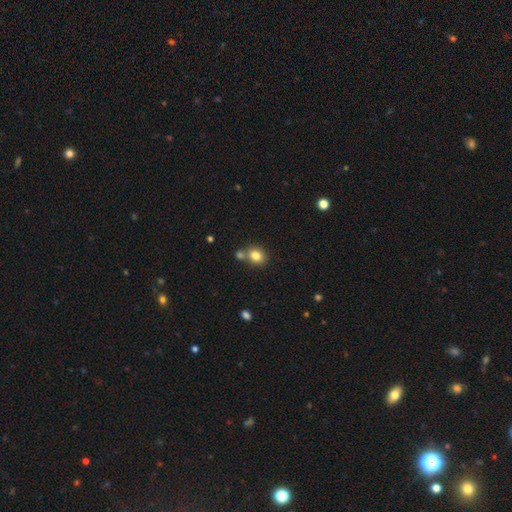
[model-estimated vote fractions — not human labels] The model was most divided on "how rounded": round: 60%, in between: 39%, cigar-shaped: 1%. More confident: smooth or featured — smooth (81%); merging — none (60%).